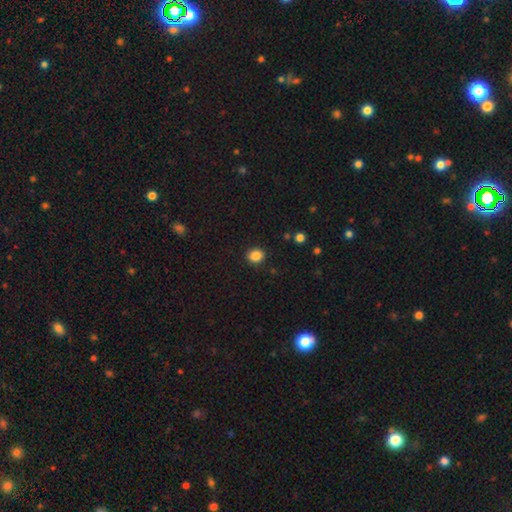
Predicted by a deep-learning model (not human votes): smooth-or-featured: smooth: 86% | star or artifact: 10% | featured or disk: 4%
  how-rounded: round: 72% | in between: 27% | cigar-shaped: 1%
  merging: none: 90% | minor disturbance: 6% | major disturbance: 2% | merger: 1%